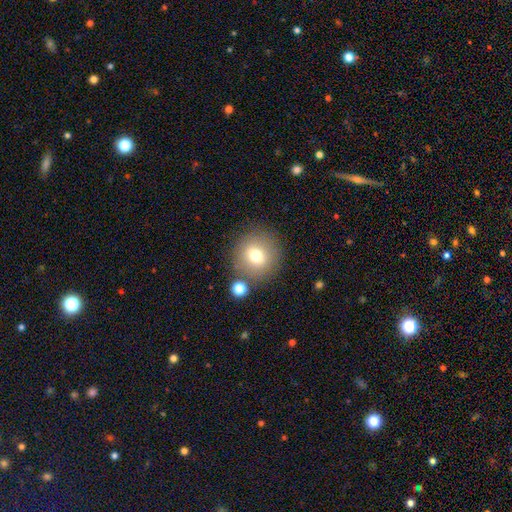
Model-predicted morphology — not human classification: smooth_or_featured: smooth (p=0.72) [alt: featured or disk p=0.15]
how_rounded: round (p=0.93) [alt: in between p=0.06]
merging: none (p=0.81) [alt: minor disturbance p=0.09]